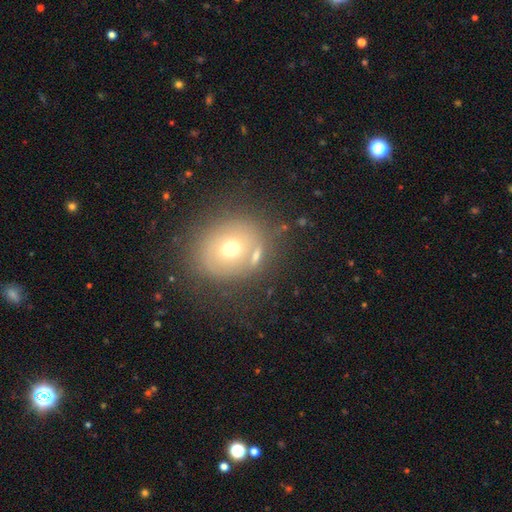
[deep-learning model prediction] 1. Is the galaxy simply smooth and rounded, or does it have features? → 56% smooth, 29% featured or disk, 15% star or artifact.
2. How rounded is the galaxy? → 68% round, 29% in between, 3% cigar-shaped.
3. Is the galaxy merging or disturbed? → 59% none, 17% merger, 15% minor disturbance, 9% major disturbance.